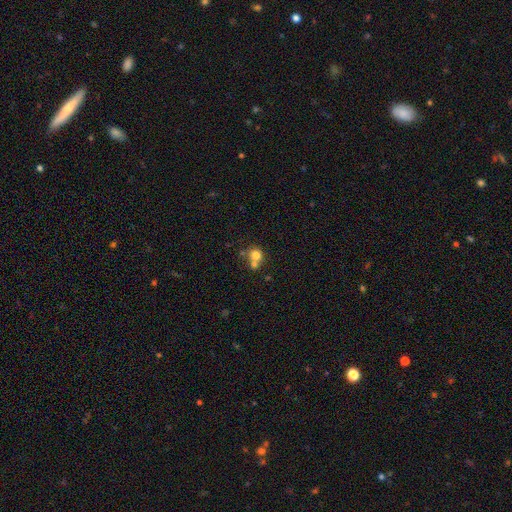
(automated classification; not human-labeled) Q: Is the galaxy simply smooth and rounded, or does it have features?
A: smooth — 75%.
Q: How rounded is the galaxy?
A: round — 83%.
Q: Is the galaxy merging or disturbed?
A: merger — 46%.